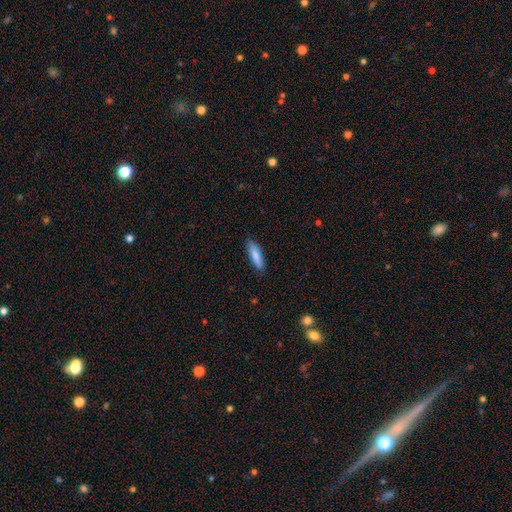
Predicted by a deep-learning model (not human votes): Smooth or featured?
  - smooth: 83% *
  - featured or disk: 11%
  - star or artifact: 6%
How rounded?
  - cigar-shaped: 62% *
  - in between: 37%
  - round: 2%
Merging?
  - none: 86% *
  - minor disturbance: 10%
  - major disturbance: 2%
  - merger: 1%